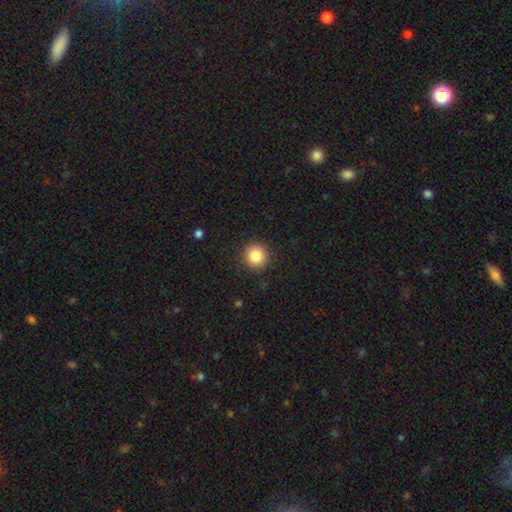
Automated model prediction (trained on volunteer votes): A smooth galaxy with no disk features (85%) that is round (92%).

Vote fractions:
- Smooth or featured? smooth: 85% / star or artifact: 10% / featured or disk: 5%
- How rounded? round: 92% / in between: 7% / cigar-shaped: 1%
- Merging? none: 91% / minor disturbance: 6% / major disturbance: 2% / merger: 1%